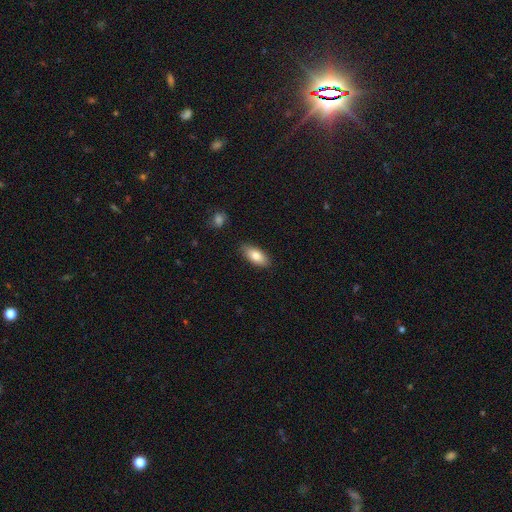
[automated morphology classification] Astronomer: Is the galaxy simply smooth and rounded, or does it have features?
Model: smooth — 81%.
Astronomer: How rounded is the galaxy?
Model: in between — 87%.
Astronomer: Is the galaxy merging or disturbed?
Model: none — 86%.